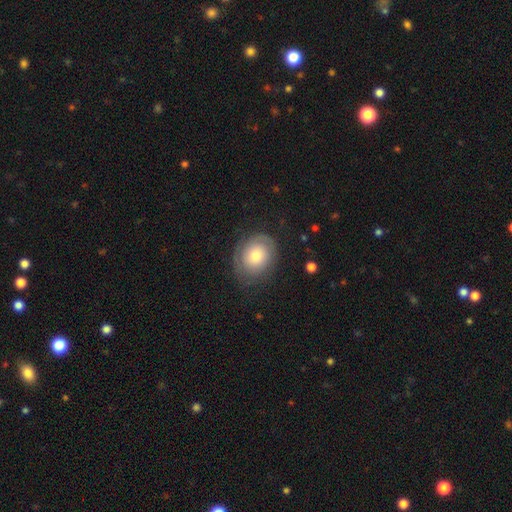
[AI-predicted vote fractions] Overall: smooth (49%; featured or disk 43%). Merging: none (73%).